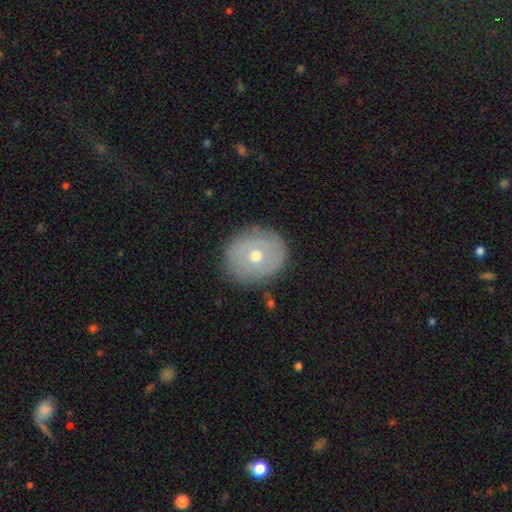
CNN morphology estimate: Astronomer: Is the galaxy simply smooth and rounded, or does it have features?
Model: featured or disk — 48% (runner-up: smooth, 44%).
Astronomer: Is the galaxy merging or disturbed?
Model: none — 83%.